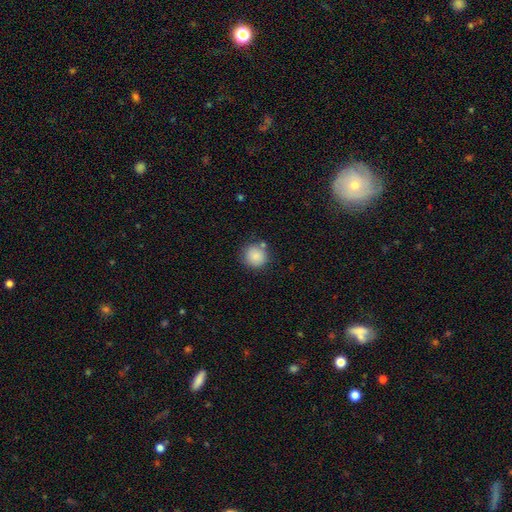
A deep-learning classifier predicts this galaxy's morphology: A smooth galaxy with no disk features (86%) that is round (91%).

Vote fractions:
- Smooth or featured? smooth: 86% / star or artifact: 9% / featured or disk: 5%
- How rounded? round: 91% / in between: 8% / cigar-shaped: 1%
- Merging? none: 79% / minor disturbance: 11% / merger: 7% / major disturbance: 3%